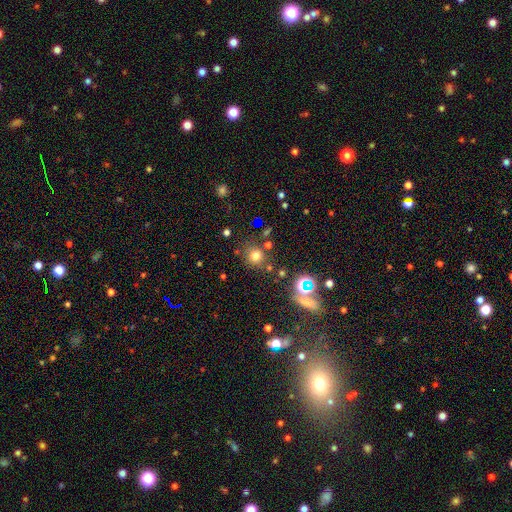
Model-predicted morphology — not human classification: The model was most divided on "smooth or featured": smooth: 68%, star or artifact: 24%, featured or disk: 8%. More confident: how rounded — round (86%); merging — none (77%).